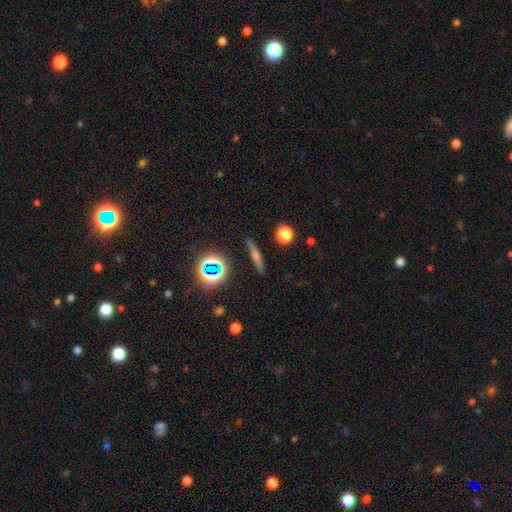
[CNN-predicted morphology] Overall: featured or disk (45%; smooth 34%). Merging: none (89%).